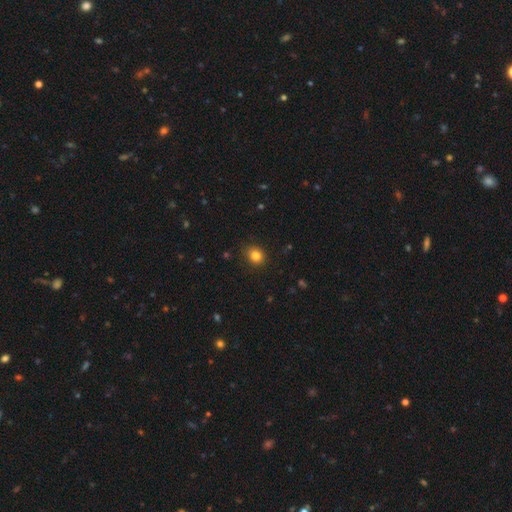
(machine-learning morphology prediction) smooth-or-featured: smooth: 82% | star or artifact: 12% | featured or disk: 6%
  how-rounded: round: 69% | in between: 30% | cigar-shaped: 1%
  merging: none: 87% | minor disturbance: 10% | major disturbance: 2% | merger: 1%